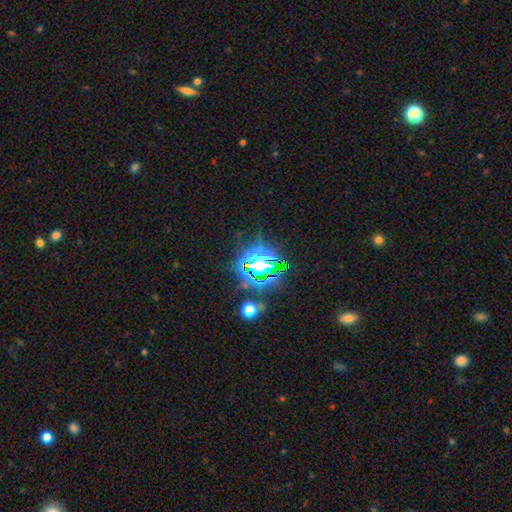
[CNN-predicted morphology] Smooth or featured?
  - star or artifact: 78% *
  - smooth: 13%
  - featured or disk: 9%